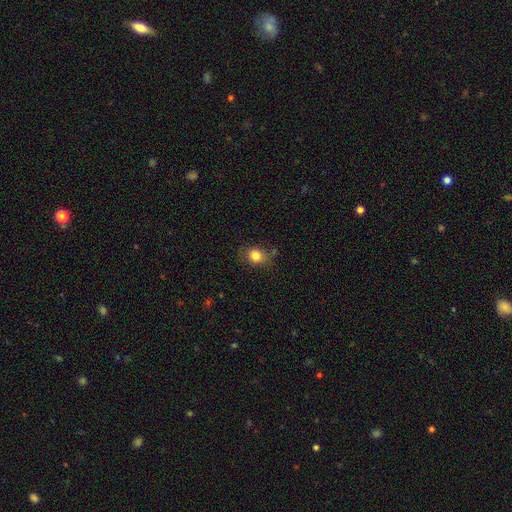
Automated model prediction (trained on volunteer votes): Q: Smooth or featured?
A: smooth (82%); runner-up: star or artifact (10%)
Q: How rounded?
A: round (62%); runner-up: in between (37%)
Q: Merging?
A: none (72%); runner-up: minor disturbance (19%)